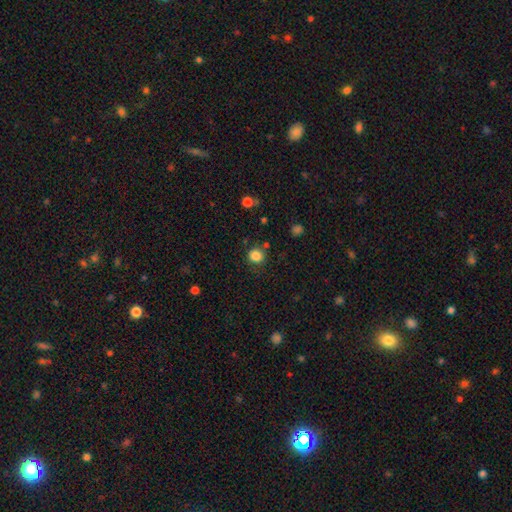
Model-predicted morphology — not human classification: The model was most divided on "how rounded": round: 84%, in between: 15%, cigar-shaped: 1%. More confident: smooth or featured — smooth (84%); merging — none (82%).